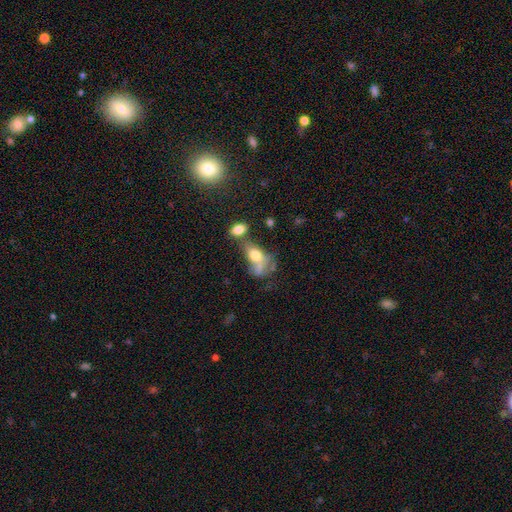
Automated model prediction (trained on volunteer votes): Smooth or featured: smooth — 62% (featured or disk — 27%)
How rounded: in between — 82% (round — 14%)
Merging: merger — 43% (major disturbance — 23%)